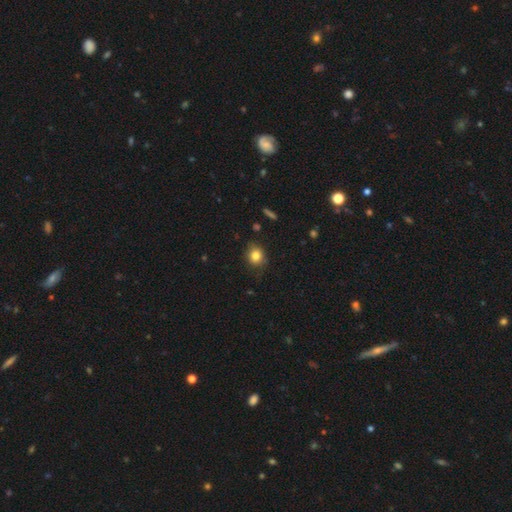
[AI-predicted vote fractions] This appears to be a smooth galaxy with no disk features (83%) that is round (68%). Merging: none (78%).